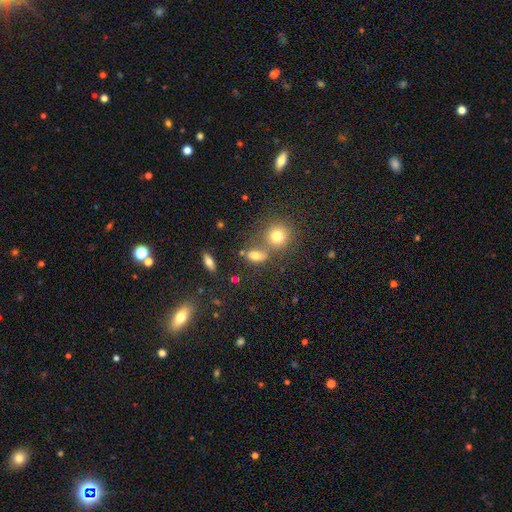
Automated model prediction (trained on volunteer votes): The model was most divided on "merging": none: 53%, merger: 27%, minor disturbance: 13%, major disturbance: 6%. More confident: smooth or featured — smooth (72%); how rounded — in between (70%).